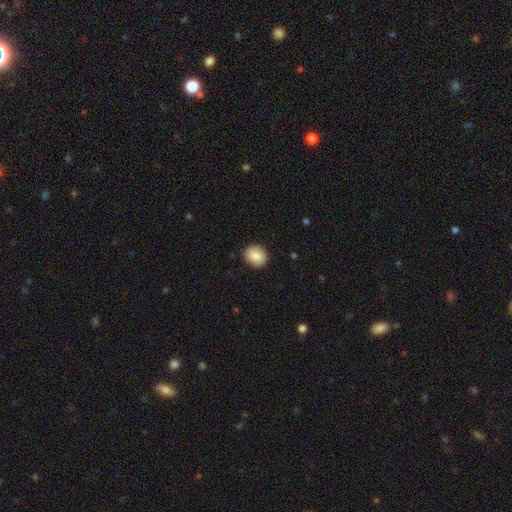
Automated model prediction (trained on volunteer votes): Smooth or featured?
  - smooth: 88% *
  - star or artifact: 7%
  - featured or disk: 5%
How rounded?
  - round: 66% *
  - in between: 33%
  - cigar-shaped: 1%
Merging?
  - none: 89% *
  - minor disturbance: 8%
  - major disturbance: 2%
  - merger: 1%